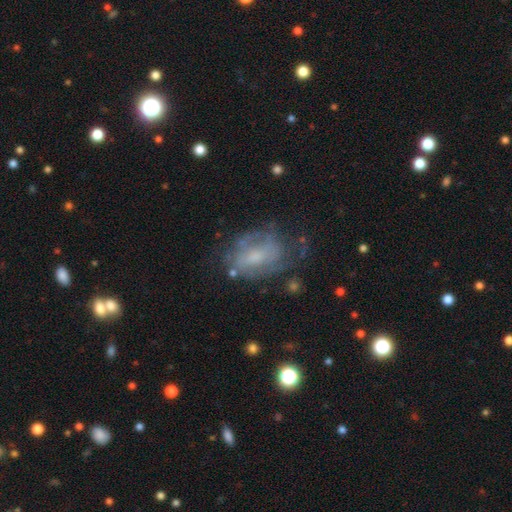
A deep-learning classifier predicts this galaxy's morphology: Smooth or featured: featured or disk — 57% (smooth — 33%)
Edge-on disk: no — 95% (yes — 5%)
Bar: no — 57% (weak — 35%)
Spiral arms: yes — 52% (no — 48%)
Bulge size: small — 42% (moderate — 35%)
Merging: none — 51% (minor disturbance — 25%)